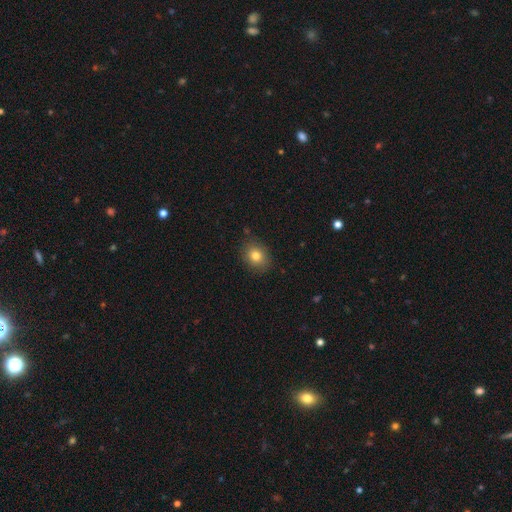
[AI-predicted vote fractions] This appears to be a smooth galaxy with no disk features (80%) that is round (54%). Merging: none (84%).